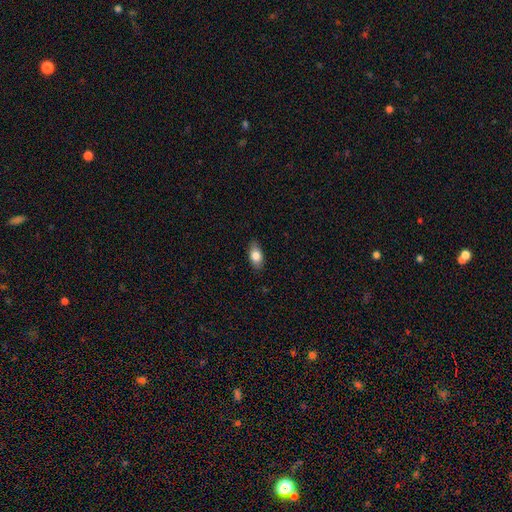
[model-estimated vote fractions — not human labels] Morphology: type=smooth (80%); roundness=in between (89%); merging=none (84%).